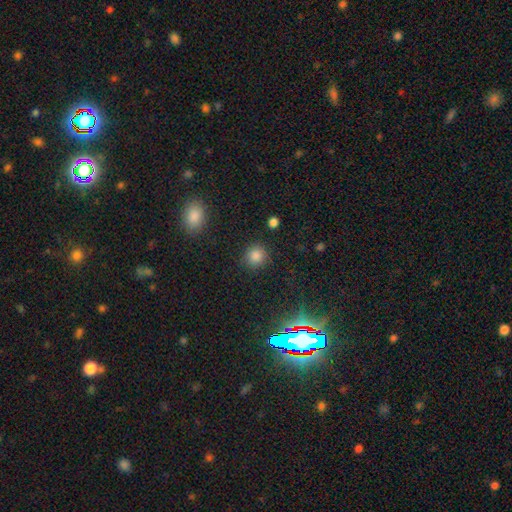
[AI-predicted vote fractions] A smooth galaxy with no disk features (81%) that is round (89%). Merging: none (88%).